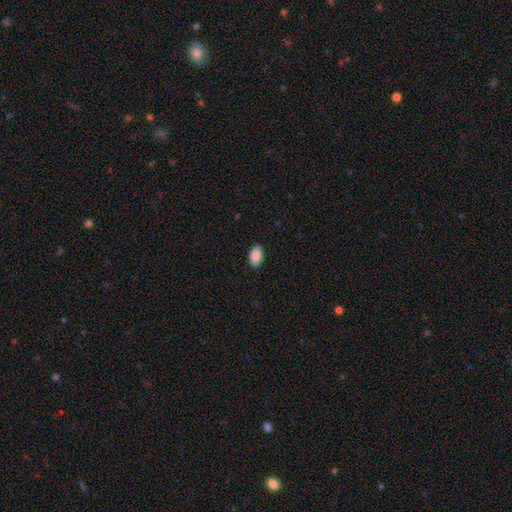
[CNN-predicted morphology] Q: Smooth or featured?
A: smooth (88%); runner-up: star or artifact (7%)
Q: How rounded?
A: in between (94%); runner-up: round (4%)
Q: Merging?
A: none (87%); runner-up: minor disturbance (10%)